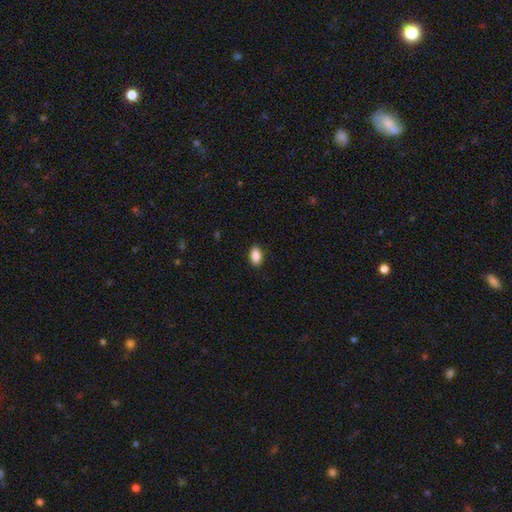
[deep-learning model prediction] A smooth galaxy with no disk features (89%) that is in between round and cigar-shaped (92%). Merging: none (89%).